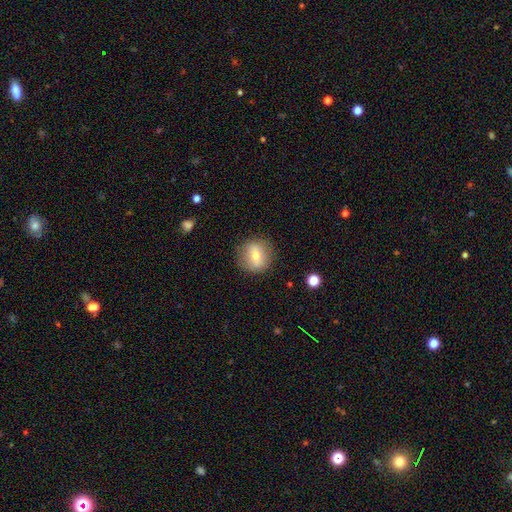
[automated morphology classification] type=smooth (63%); roundness=round (87%); merging=none (85%).